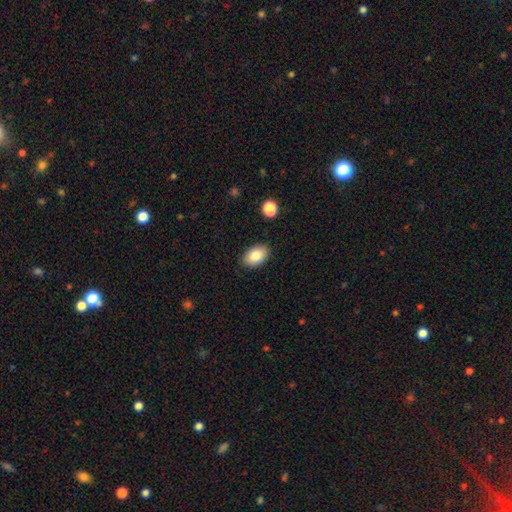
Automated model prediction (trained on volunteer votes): Smooth or featured? smooth (82%)
How rounded? in between (88%)
Merging? none (87%)